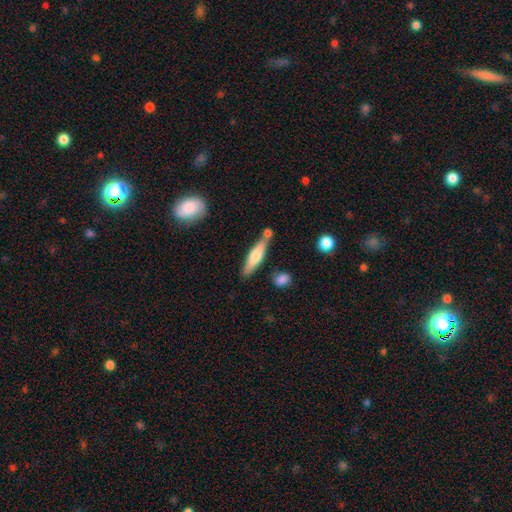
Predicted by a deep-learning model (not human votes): This appears to be a smooth galaxy with no disk features (62%) that is cigar-shaped (75%). Merging: none (68%).